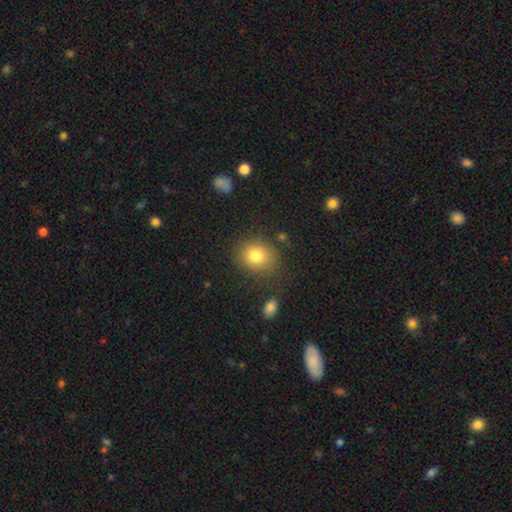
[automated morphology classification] A smooth galaxy with no disk features (81%) that is round (65%). Merging: none (80%).